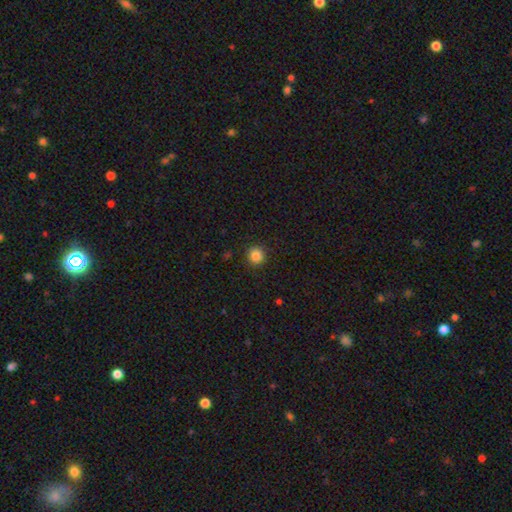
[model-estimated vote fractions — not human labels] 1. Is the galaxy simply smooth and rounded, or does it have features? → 85% smooth, 11% star or artifact, 4% featured or disk.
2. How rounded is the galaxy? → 92% round, 7% in between, 1% cigar-shaped.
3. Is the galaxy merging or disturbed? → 91% none, 6% minor disturbance, 2% major disturbance, 1% merger.